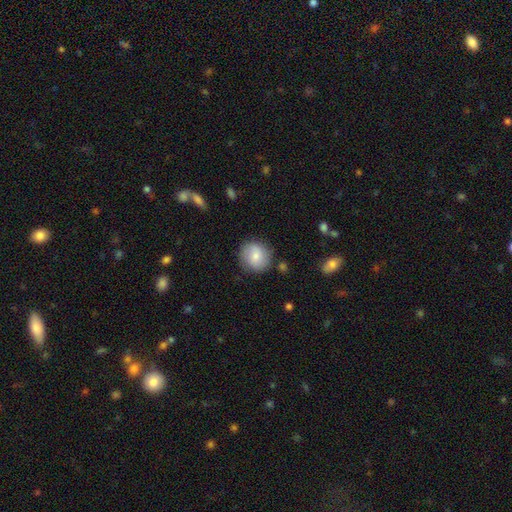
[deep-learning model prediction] A smooth galaxy with no disk features (73%) that is round (89%).

Vote fractions:
- Smooth or featured? smooth: 73% / featured or disk: 19% / star or artifact: 7%
- How rounded? round: 89% / in between: 10% / cigar-shaped: 1%
- Merging? none: 82% / minor disturbance: 13% / major disturbance: 4% / merger: 2%